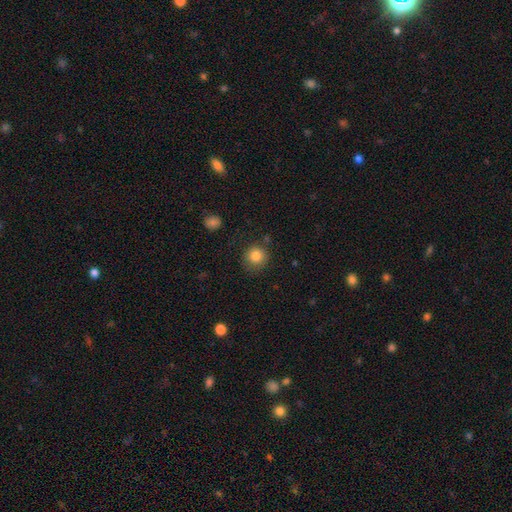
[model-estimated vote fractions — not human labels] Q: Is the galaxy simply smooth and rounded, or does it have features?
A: smooth — 84%.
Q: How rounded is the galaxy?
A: round — 91%.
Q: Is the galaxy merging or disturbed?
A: none — 81%.